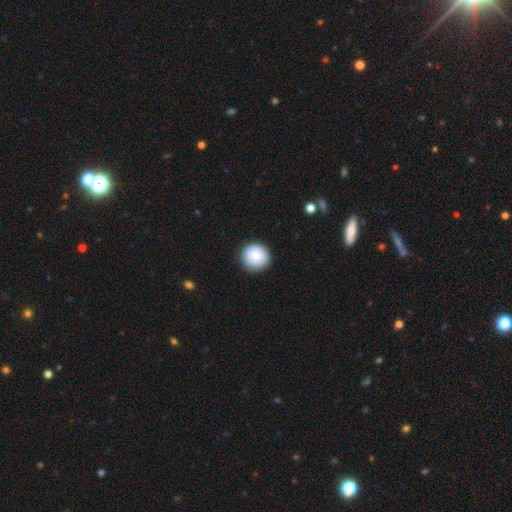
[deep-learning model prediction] smooth_or_featured: smooth (p=0.74) [alt: featured or disk p=0.19]
how_rounded: round (p=0.93) [alt: in between p=0.06]
merging: none (p=0.87) [alt: minor disturbance p=0.10]